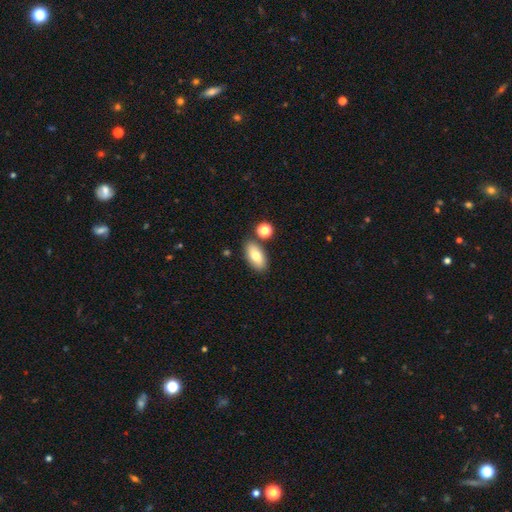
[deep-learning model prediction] Morphology: type=smooth (74%); roundness=in between (89%); merging=none (79%).